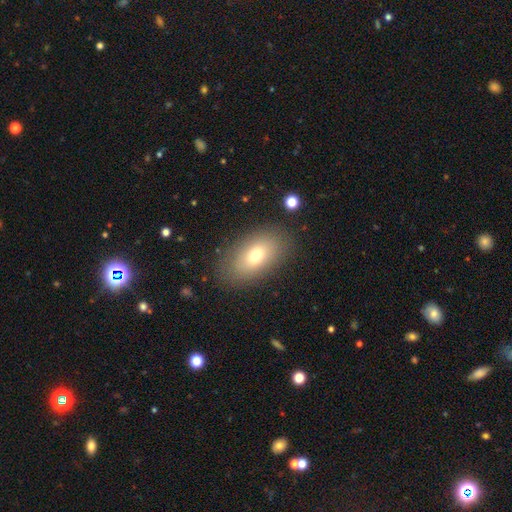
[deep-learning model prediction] The model was most divided on "smooth or featured": smooth: 72%, featured or disk: 18%, star or artifact: 10%. More confident: how rounded — in between (90%); merging — none (84%).